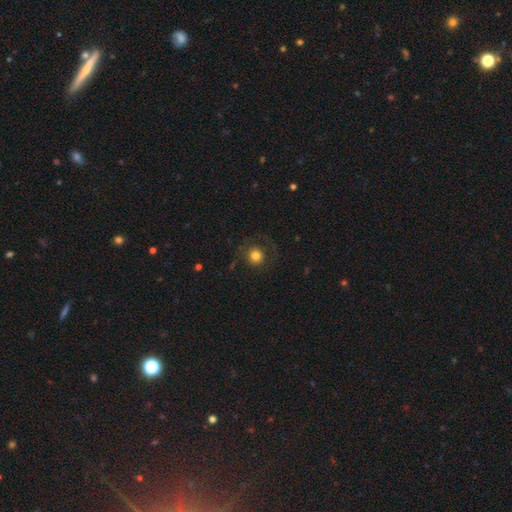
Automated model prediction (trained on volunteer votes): smooth 76%, featured or disk 13%, star or artifact 11%. Down the decision tree: how rounded — round (94%); merging — none (76%).